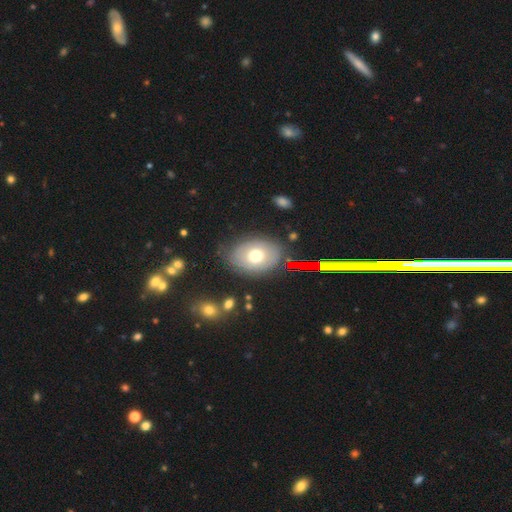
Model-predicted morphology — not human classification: This is possibly a smooth galaxy (57%). How rounded: likely in between (74%). Merging: likely none (76%).